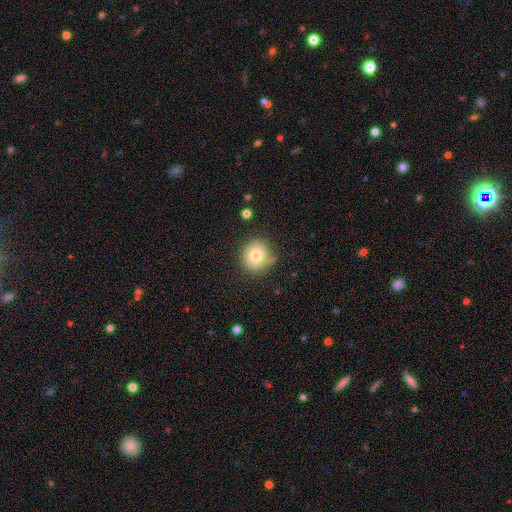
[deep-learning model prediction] This is likely a smooth galaxy (76%). How rounded: clearly round (88%). Merging: likely none (71%).